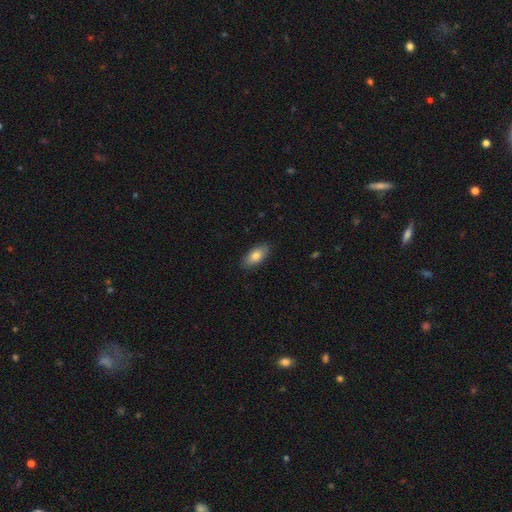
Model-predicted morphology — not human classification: Overall: smooth (79%). How rounded: in between (90%). Merging: none (86%).